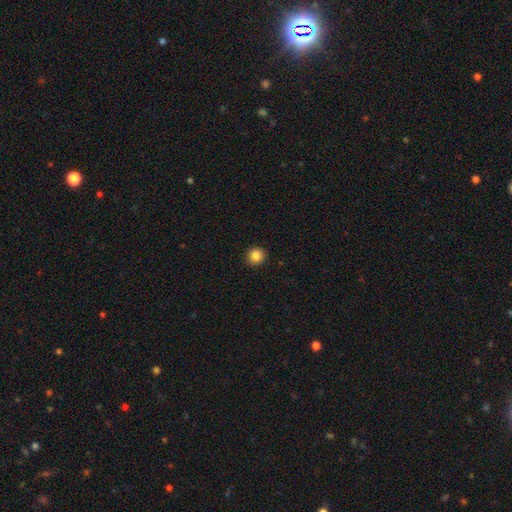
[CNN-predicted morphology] Overall: smooth (85%). How rounded: round (92%). Merging: none (93%).